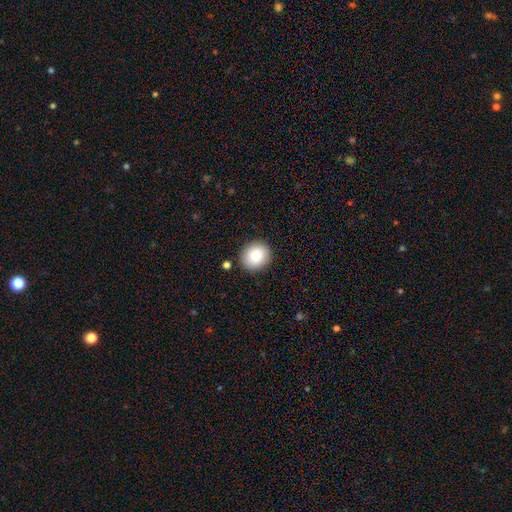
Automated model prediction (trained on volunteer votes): A smooth galaxy with no disk features (88%) that is round (81%).

Vote fractions:
- Smooth or featured? smooth: 88% / star or artifact: 8% / featured or disk: 5%
- How rounded? round: 81% / in between: 18% / cigar-shaped: 1%
- Merging? none: 89% / minor disturbance: 8% / major disturbance: 2% / merger: 2%